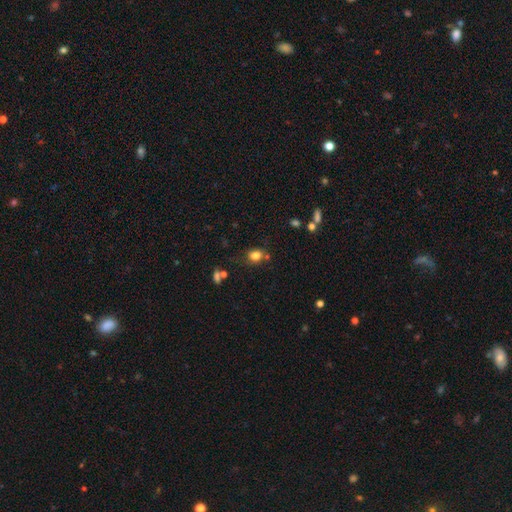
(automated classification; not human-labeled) smooth-or-featured: smooth: 80% | star or artifact: 12% | featured or disk: 7%
  how-rounded: in between: 53% | round: 46% | cigar-shaped: 1%
  merging: none: 66% | minor disturbance: 17% | merger: 11% | major disturbance: 6%